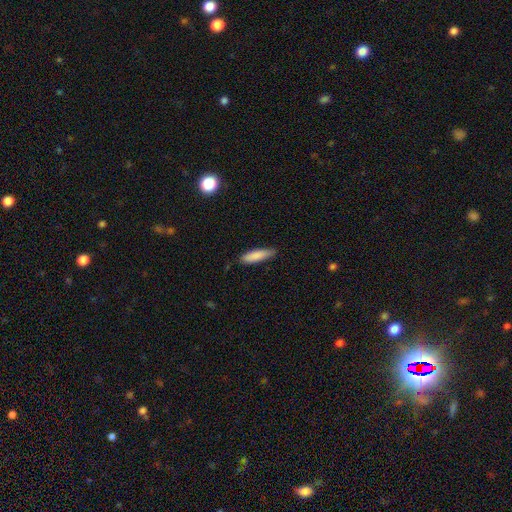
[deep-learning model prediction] smooth-or-featured: smooth: 86% | featured or disk: 8% | star or artifact: 6%
  how-rounded: cigar-shaped: 70% | in between: 29% | round: 1%
  merging: none: 83% | minor disturbance: 14% | major disturbance: 2% | merger: 1%